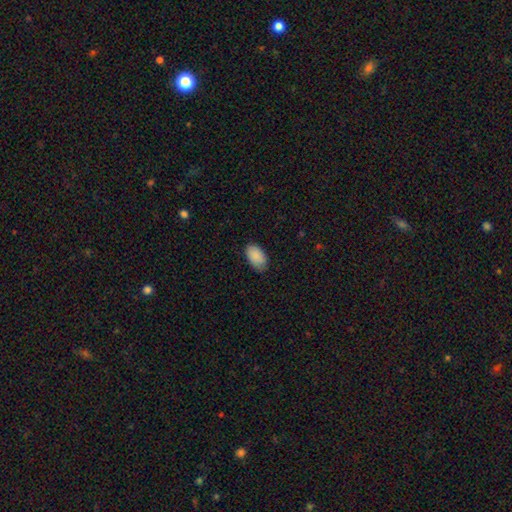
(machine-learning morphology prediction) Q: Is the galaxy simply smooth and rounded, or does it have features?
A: smooth — 90%.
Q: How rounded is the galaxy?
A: in between — 95%.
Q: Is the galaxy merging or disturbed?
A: none — 81%.